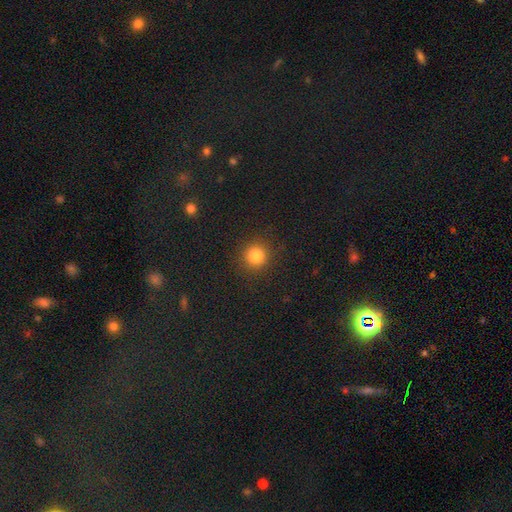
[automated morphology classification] smooth_or_featured: smooth (p=0.83) [alt: star or artifact p=0.13]
how_rounded: round (p=0.93) [alt: in between p=0.06]
merging: none (p=0.90) [alt: minor disturbance p=0.06]